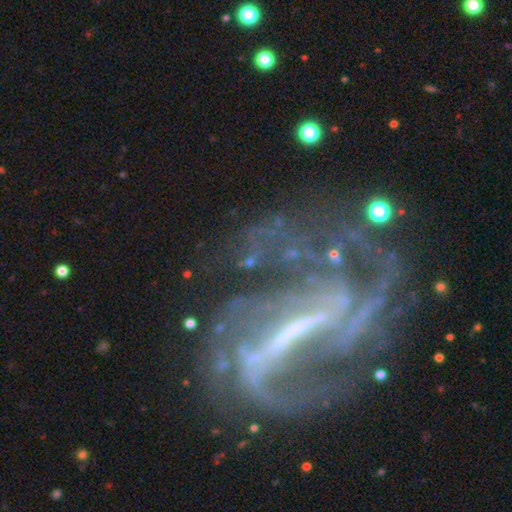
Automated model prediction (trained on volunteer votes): A featured or disk galaxy (85%) with a strong bar (69%), 2 (38%) medium (40%) spiral arms (88%) and a small central bulge (49%).

Vote fractions:
- Smooth or featured? featured or disk: 85% / star or artifact: 10% / smooth: 5%
- Edge-on disk? no: 95% / yes: 5%
- Bar? strong: 69% / weak: 21% / no: 10%
- Spiral arms? yes: 88% / no: 12%
- Spiral winding? medium: 40% / loose: 35% / tight: 25%
- Spiral arm count? 2: 38% / can't tell: 23% / 3: 14% / 1: 9% / 4: 9% / more than 4: 8%
- Bulge size? small: 49% / none: 31% / moderate: 16% / large: 3% / dominant: 2%
- Merging? none: 48% / major disturbance: 29% / minor disturbance: 17% / merger: 6%